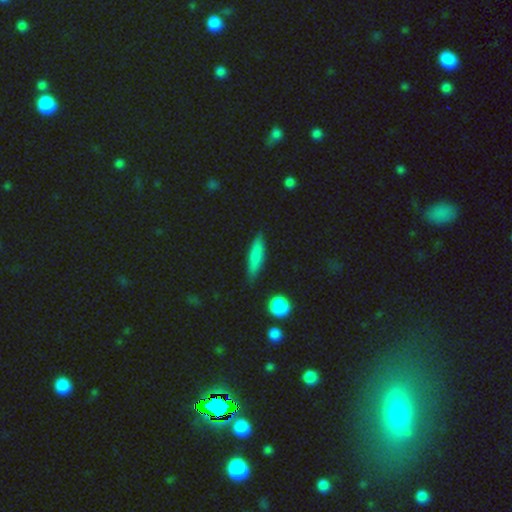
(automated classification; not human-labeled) The model was most divided on "how rounded": cigar-shaped: 76%, in between: 21%, round: 3%. More confident: merging — none (82%); smooth or featured — smooth (75%).